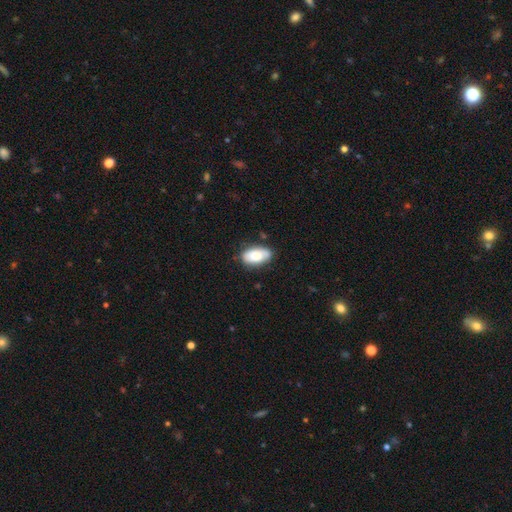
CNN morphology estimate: Smooth or featured?
  - smooth: 78% *
  - featured or disk: 15%
  - star or artifact: 6%
How rounded?
  - in between: 94% *
  - round: 3%
  - cigar-shaped: 3%
Merging?
  - none: 74% *
  - minor disturbance: 20%
  - major disturbance: 4%
  - merger: 2%